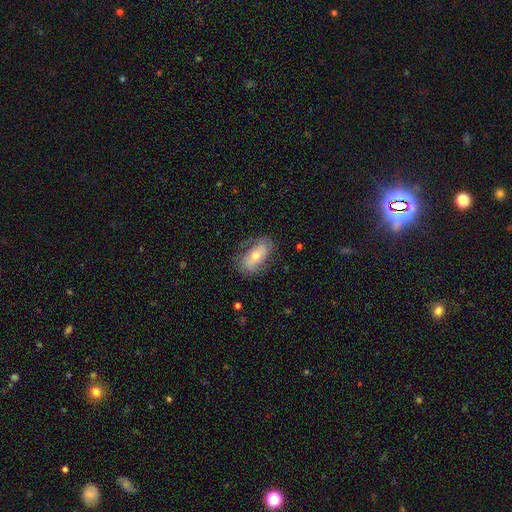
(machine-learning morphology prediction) A featured or disk galaxy (53%). Merging: none (72%).